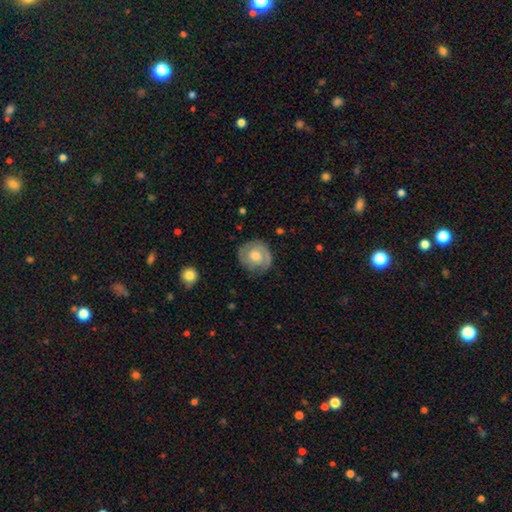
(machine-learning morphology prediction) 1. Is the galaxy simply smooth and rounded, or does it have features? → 61% featured or disk, 32% smooth, 7% star or artifact.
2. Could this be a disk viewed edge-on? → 97% no, 3% yes.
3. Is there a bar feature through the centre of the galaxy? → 70% no, 26% weak, 4% strong.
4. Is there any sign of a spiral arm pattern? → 83% yes, 17% no.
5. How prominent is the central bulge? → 55% moderate, 23% large, 15% small, 5% none, 2% dominant.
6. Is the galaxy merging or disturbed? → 76% none, 17% minor disturbance, 6% major disturbance, 1% merger.